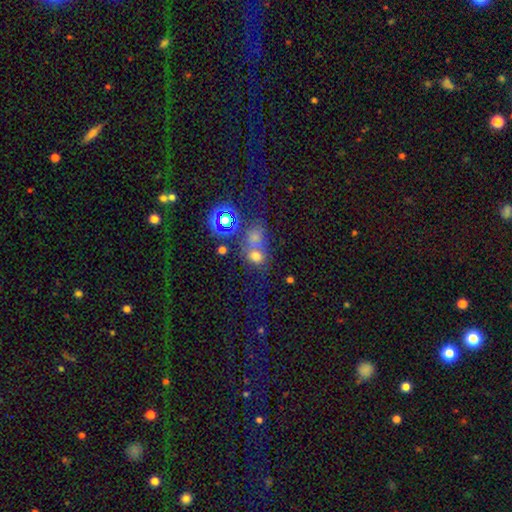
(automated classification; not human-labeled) This is likely a smooth galaxy (63%). How rounded: likely round (63%). Merging: marginally none (43%).